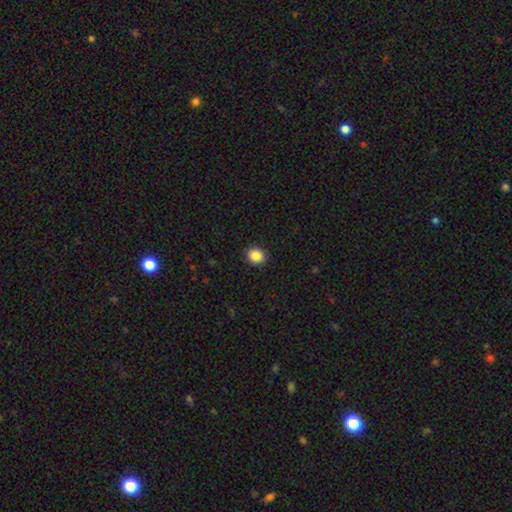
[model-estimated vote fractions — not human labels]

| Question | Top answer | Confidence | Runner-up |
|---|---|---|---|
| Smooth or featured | smooth | 88% | star or artifact (9%) |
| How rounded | round | 72% | in between (27%) |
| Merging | none | 91% | minor disturbance (6%) |